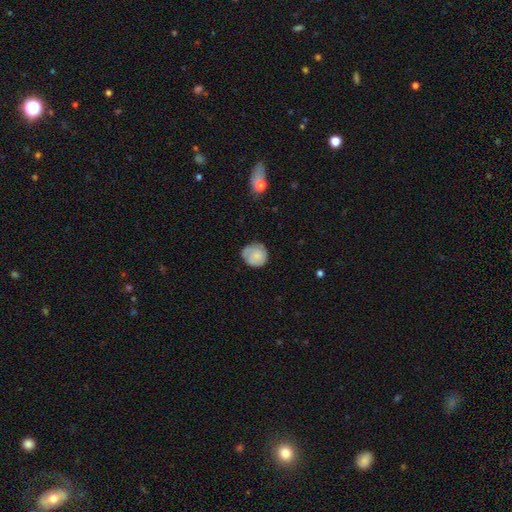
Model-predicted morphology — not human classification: Smooth or featured: smooth — 73% (featured or disk — 20%)
How rounded: round — 87% (in between — 12%)
Merging: none — 72% (minor disturbance — 22%)